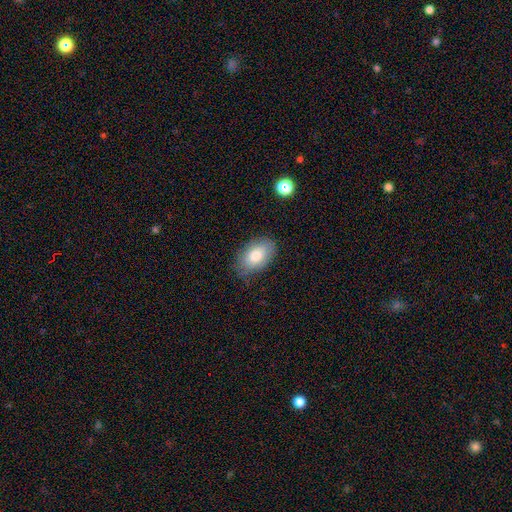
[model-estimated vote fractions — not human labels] smooth-or-featured: smooth: 78% | featured or disk: 14% | star or artifact: 8%
  how-rounded: in between: 89% | round: 10% | cigar-shaped: 1%
  merging: none: 79% | minor disturbance: 16% | major disturbance: 3% | merger: 1%